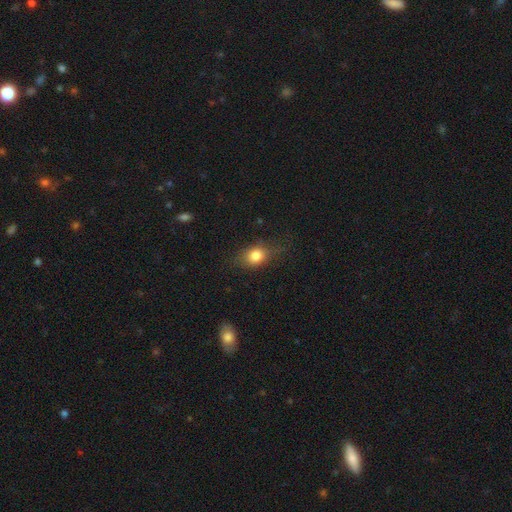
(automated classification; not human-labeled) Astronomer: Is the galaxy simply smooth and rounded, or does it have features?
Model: smooth — 79%.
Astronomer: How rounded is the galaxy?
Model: in between — 55% (runner-up: round, 42%).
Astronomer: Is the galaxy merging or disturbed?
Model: none — 67%.